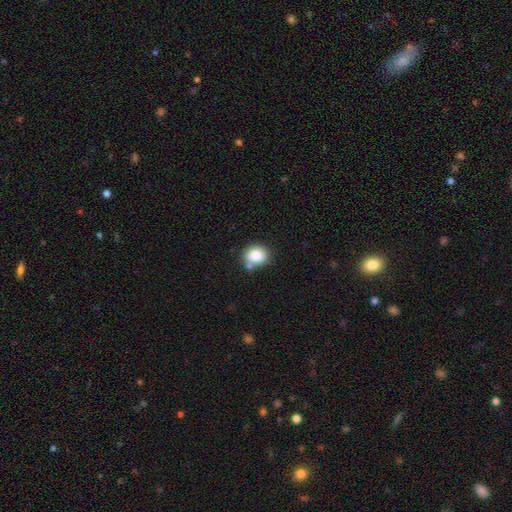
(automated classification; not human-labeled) Smooth or featured? Predicted: smooth (p=0.86). How rounded? Predicted: round (p=0.63). Merging? Predicted: none (p=0.67).